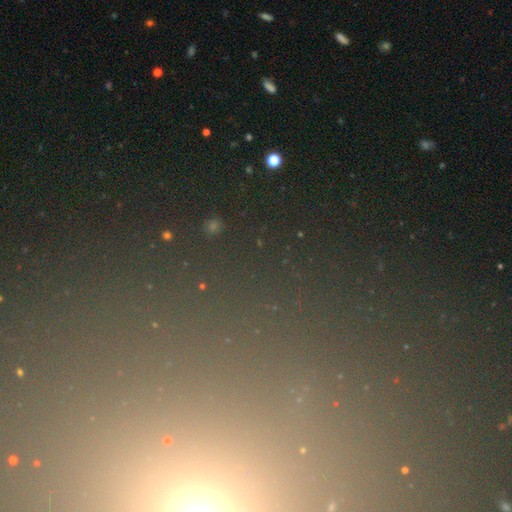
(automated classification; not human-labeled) star or artifact 73%, smooth 16%, featured or disk 10%.